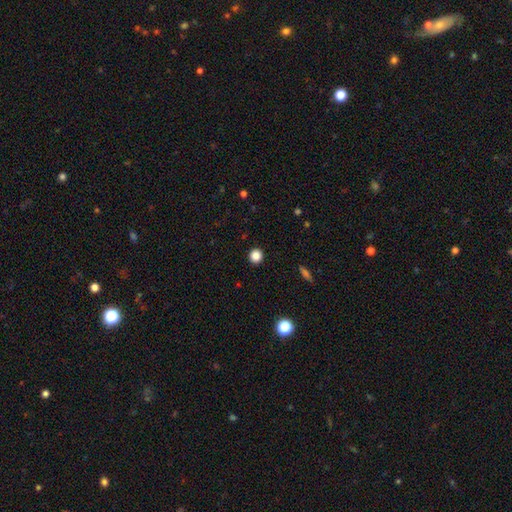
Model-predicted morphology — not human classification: This is clearly a smooth galaxy (85%). How rounded: clearly round (93%). Merging: clearly none (93%).